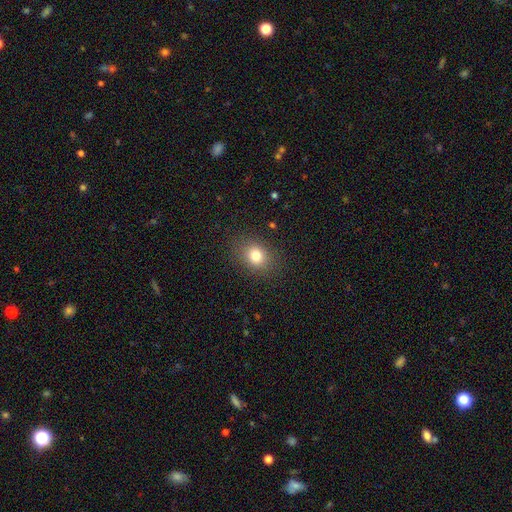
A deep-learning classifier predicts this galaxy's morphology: This is likely a smooth galaxy (79%). How rounded: possibly round (51%). Merging: clearly none (86%).